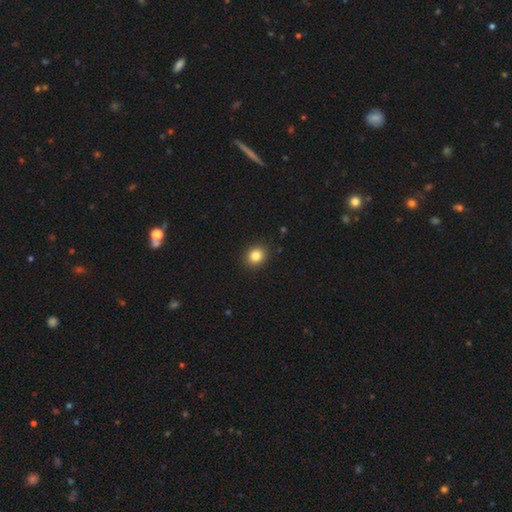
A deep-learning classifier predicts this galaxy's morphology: smooth-or-featured: smooth: 83% | star or artifact: 10% | featured or disk: 6%
  how-rounded: round: 65% | in between: 35% | cigar-shaped: 1%
  merging: none: 90% | minor disturbance: 7% | major disturbance: 2% | merger: 1%